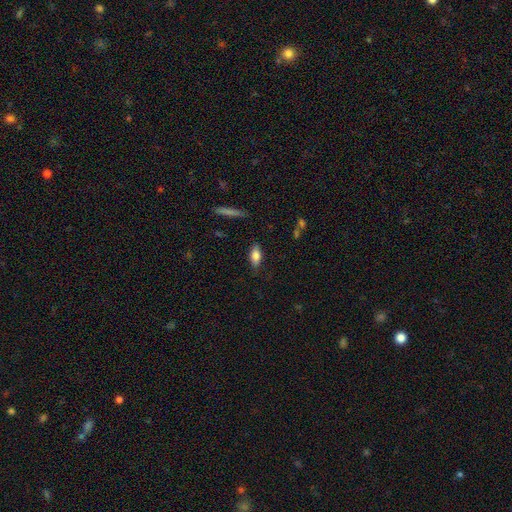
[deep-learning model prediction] smooth_or_featured: smooth (p=0.77) [alt: featured or disk p=0.16]
how_rounded: in between (p=0.78) [alt: cigar-shaped p=0.19]
merging: none (p=0.83) [alt: minor disturbance p=0.13]